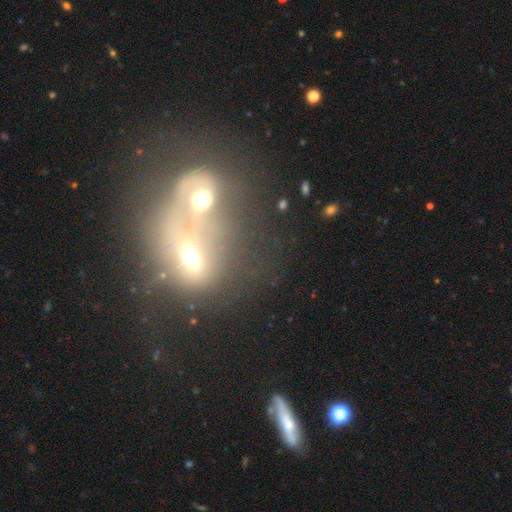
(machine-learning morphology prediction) This is possibly a featured or disk galaxy (45%). Merging: clearly merger (81%).